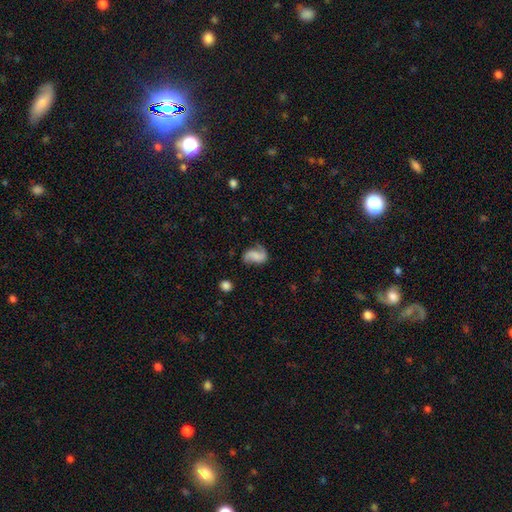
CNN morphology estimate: The model was most divided on "bar": no: 49%, weak: 36%, strong: 14%. Remaining: edge-on disk — no (98%); spiral arms — yes (93%); spiral arm count — 2 (86%); smooth or featured — featured or disk (65%); merging — none (64%); spiral winding — loose (57%); bulge size — none (49%).